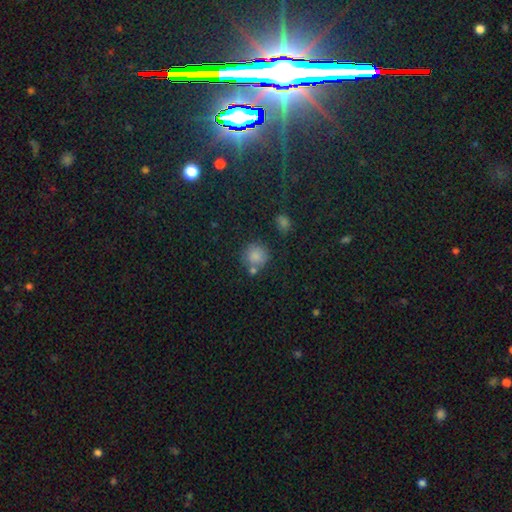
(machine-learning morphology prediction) Smooth or featured?
  - smooth: 81% *
  - star or artifact: 12%
  - featured or disk: 7%
How rounded?
  - round: 90% *
  - in between: 9%
  - cigar-shaped: 1%
Merging?
  - none: 64% *
  - merger: 17%
  - minor disturbance: 14%
  - major disturbance: 5%